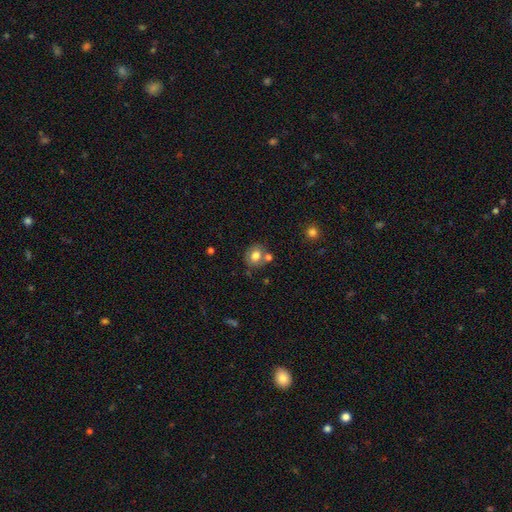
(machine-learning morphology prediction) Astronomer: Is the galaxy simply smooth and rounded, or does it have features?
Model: smooth — 75%.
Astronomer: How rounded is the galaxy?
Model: round — 66%.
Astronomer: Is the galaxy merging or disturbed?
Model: none — 62%.